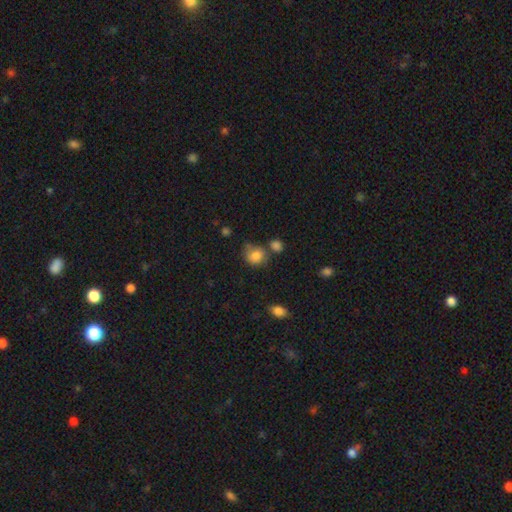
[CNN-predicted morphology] Smooth or featured? smooth (82%)
How rounded? round (70%)
Merging? none (53%)